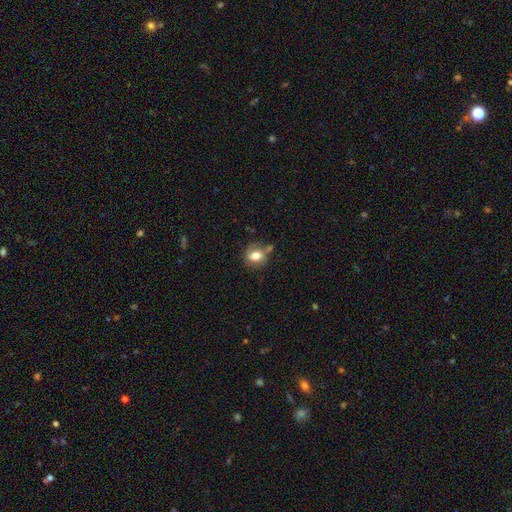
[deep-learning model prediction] Smooth or featured? Predicted: smooth (p=0.73). How rounded? Predicted: round (p=0.60). Merging? Predicted: none (p=0.61).